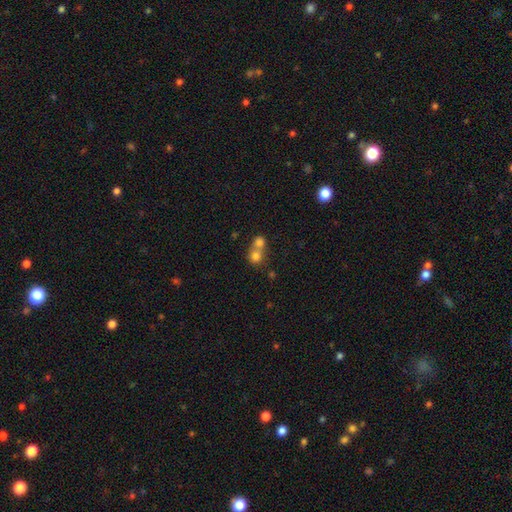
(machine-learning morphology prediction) The model was most divided on "merging": merger: 63%, none: 30%, minor disturbance: 4%, major disturbance: 2%. More confident: how rounded — round (82%); smooth or featured — smooth (76%).